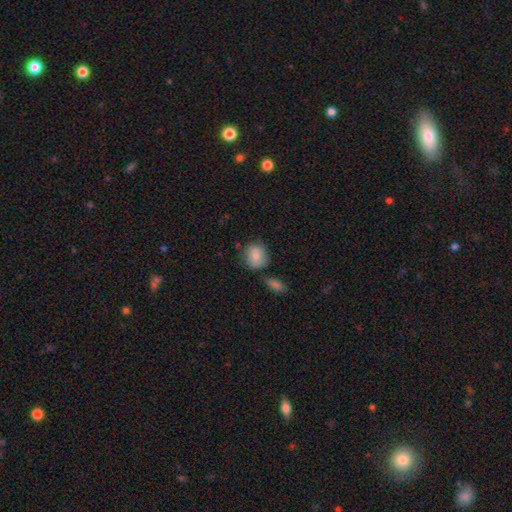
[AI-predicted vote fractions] The model was most divided on "how rounded": round: 72%, in between: 27%, cigar-shaped: 1%. More confident: smooth or featured — smooth (81%); merging — none (69%).